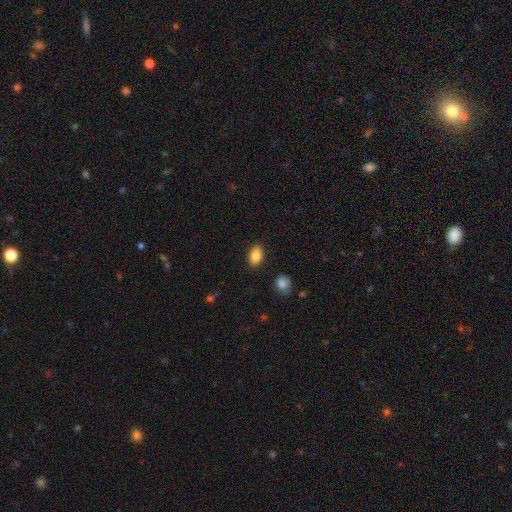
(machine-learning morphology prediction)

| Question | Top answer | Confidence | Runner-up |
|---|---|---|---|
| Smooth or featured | smooth | 86% | star or artifact (8%) |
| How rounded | in between | 88% | round (10%) |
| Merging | none | 87% | minor disturbance (9%) |